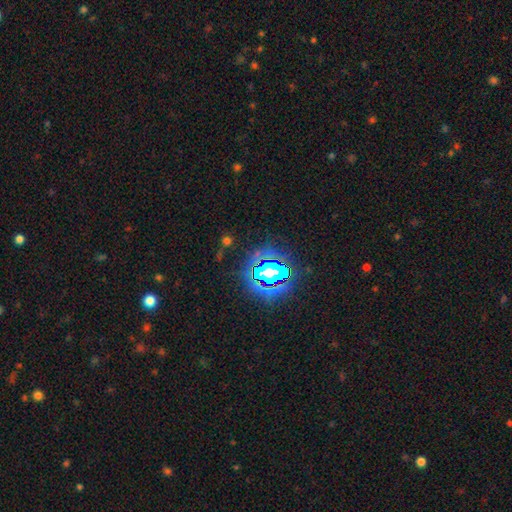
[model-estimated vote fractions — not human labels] A star or artifact, not a galaxy (84%).

Vote fractions:
- Smooth or featured? star or artifact: 84% / smooth: 10% / featured or disk: 6%